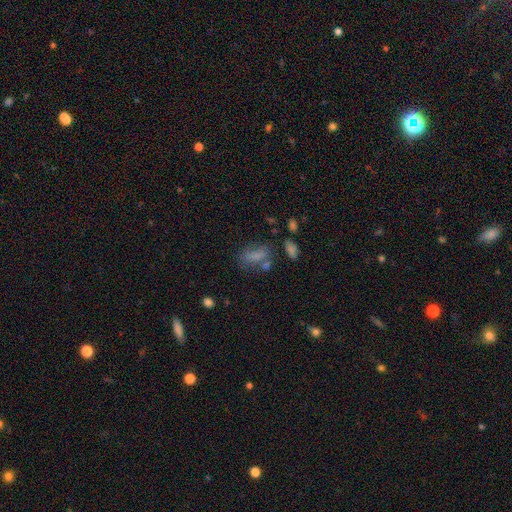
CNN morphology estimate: smooth 68%, featured or disk 16%, star or artifact 16%. Down the decision tree: how rounded — in between (78%); merging — none (47%).